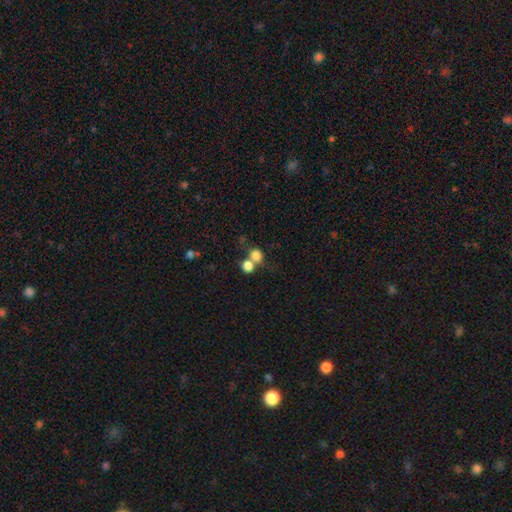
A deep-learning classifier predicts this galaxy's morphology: Smooth or featured: smooth — 79% (star or artifact — 12%)
How rounded: round — 79% (in between — 20%)
Merging: merger — 50% (none — 38%)